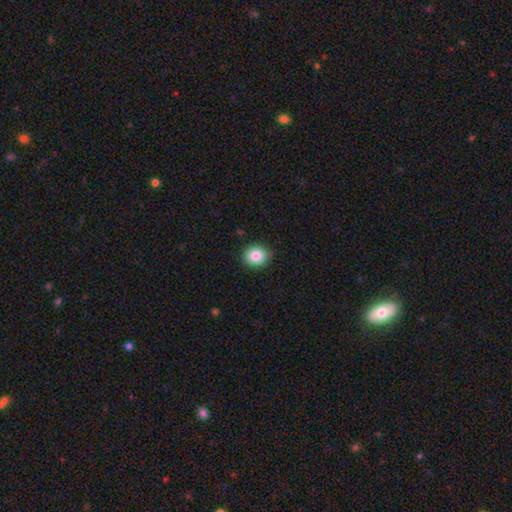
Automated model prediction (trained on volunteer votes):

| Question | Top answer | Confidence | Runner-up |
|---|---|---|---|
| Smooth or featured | smooth | 84% | star or artifact (9%) |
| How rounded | round | 81% | in between (18%) |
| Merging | none | 86% | minor disturbance (11%) |